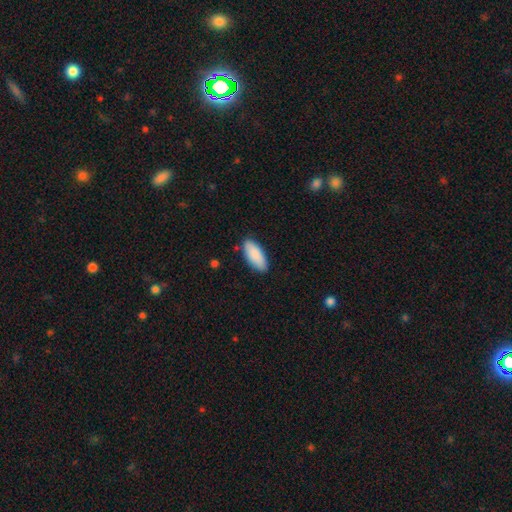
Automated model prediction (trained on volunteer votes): Smooth or featured?
  - smooth: 88% *
  - featured or disk: 6%
  - star or artifact: 6%
How rounded?
  - in between: 83% *
  - cigar-shaped: 15%
  - round: 2%
Merging?
  - none: 85% *
  - minor disturbance: 12%
  - major disturbance: 2%
  - merger: 2%